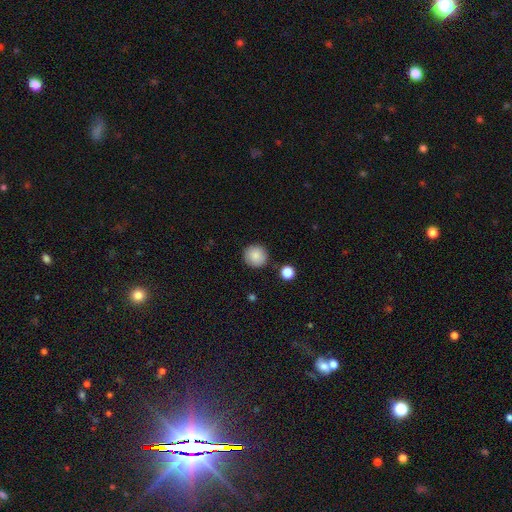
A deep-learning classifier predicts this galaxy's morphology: Smooth or featured? Predicted: smooth (p=0.87). How rounded? Predicted: round (p=0.94). Merging? Predicted: none (p=0.88).